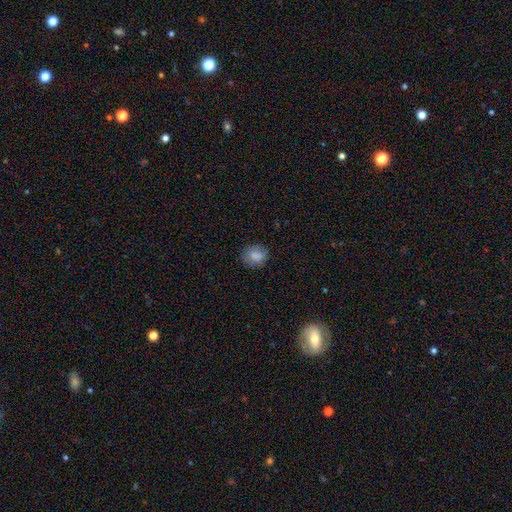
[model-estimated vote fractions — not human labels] Overall: smooth (83%). How rounded: round (65%; in between 34%). Merging: none (79%).